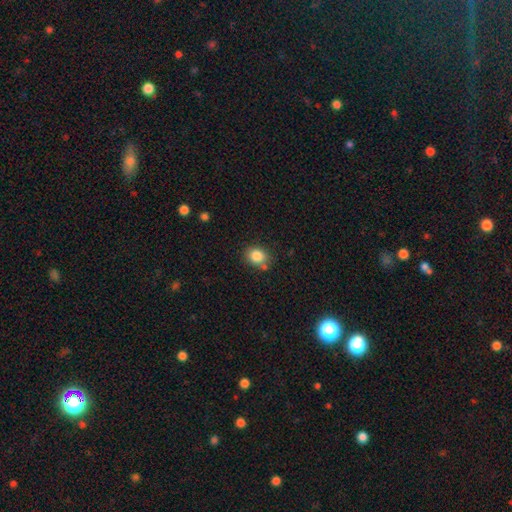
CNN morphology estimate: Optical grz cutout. It shows a smooth galaxy with no disk features (85%) that is round (66%). Merging: none (73%).